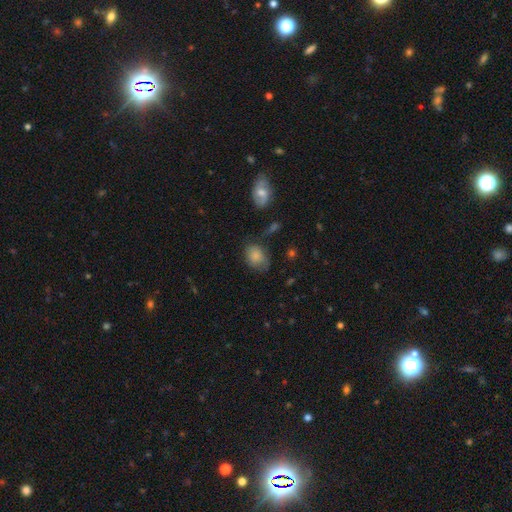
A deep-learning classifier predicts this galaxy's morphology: Overall: smooth (80%). How rounded: in between (68%; round 30%). Merging: none (54%; minor disturbance 31%).